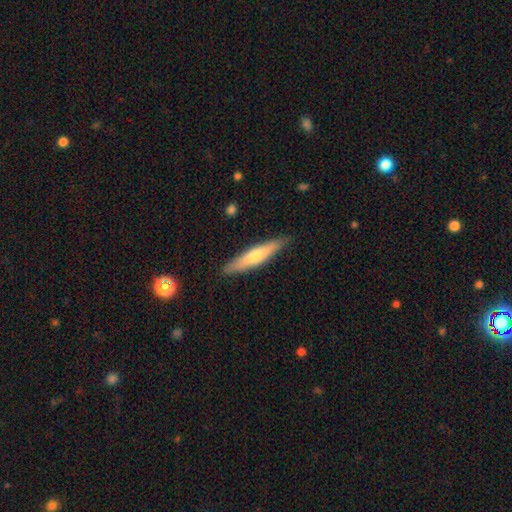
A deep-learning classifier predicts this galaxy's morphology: smooth_or_featured: smooth (p=0.54) [alt: featured or disk p=0.40]
how_rounded: cigar-shaped (p=0.88) [alt: in between p=0.11]
merging: none (p=0.88) [alt: minor disturbance p=0.09]